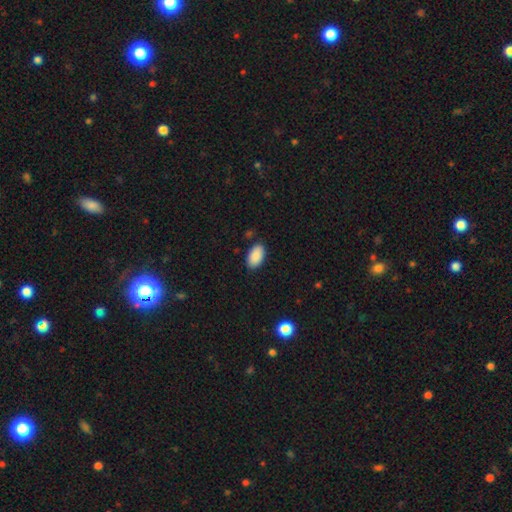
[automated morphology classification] This appears to be a smooth galaxy with no disk features (90%) that is in between round and cigar-shaped (95%). Merging: none (86%).